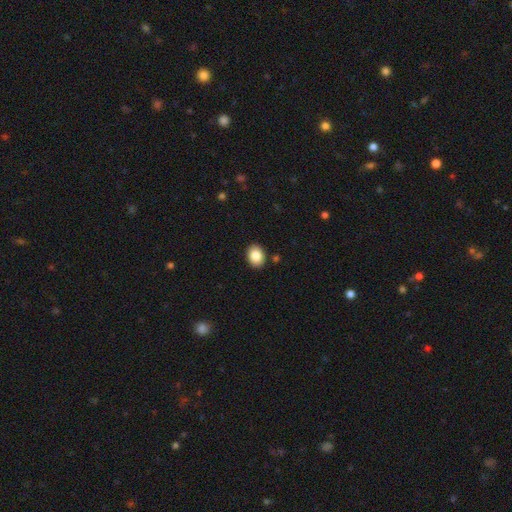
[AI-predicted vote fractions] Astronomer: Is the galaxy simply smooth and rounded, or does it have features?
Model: smooth — 85%.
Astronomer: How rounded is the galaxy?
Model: in between — 65%.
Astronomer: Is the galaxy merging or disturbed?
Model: none — 89%.